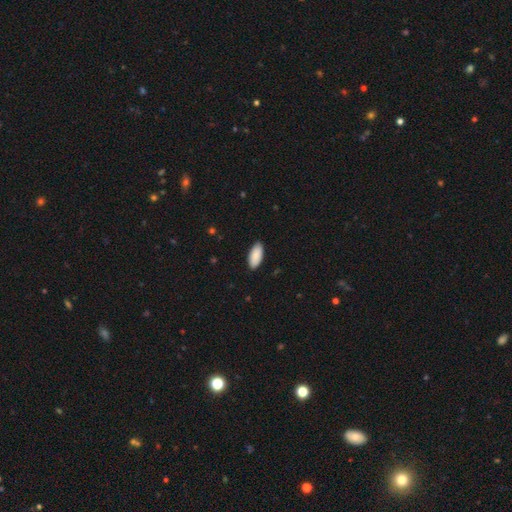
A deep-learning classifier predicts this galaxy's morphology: smooth-or-featured: smooth: 89% | star or artifact: 6% | featured or disk: 5%
  how-rounded: in between: 91% | cigar-shaped: 8% | round: 2%
  merging: none: 88% | minor disturbance: 10% | major disturbance: 2% | merger: 1%